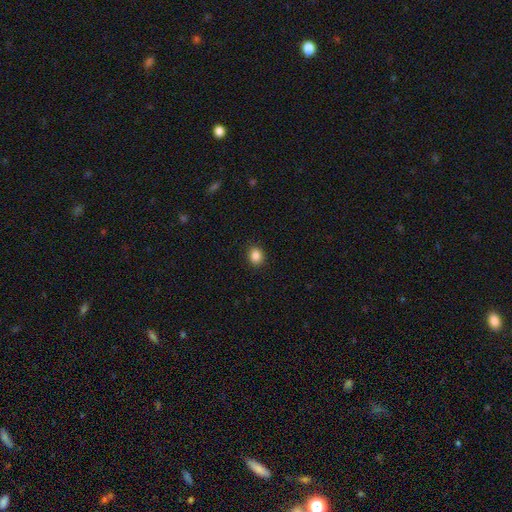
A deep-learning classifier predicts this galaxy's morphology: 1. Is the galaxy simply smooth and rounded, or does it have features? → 86% smooth, 10% star or artifact, 4% featured or disk.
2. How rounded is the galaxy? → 71% round, 28% in between, 1% cigar-shaped.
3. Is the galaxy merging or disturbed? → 91% none, 6% minor disturbance, 2% major disturbance, 1% merger.